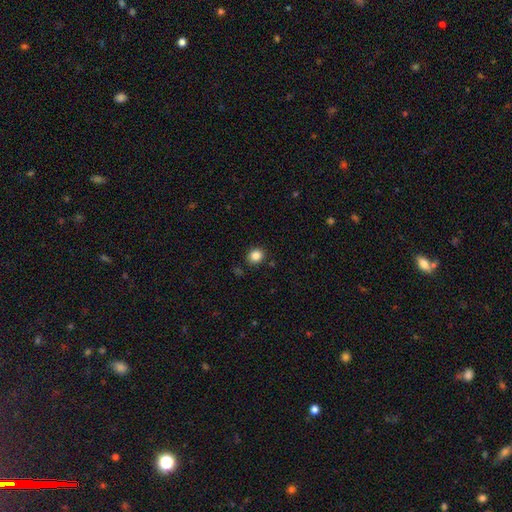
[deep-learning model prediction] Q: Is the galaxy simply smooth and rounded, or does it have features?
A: smooth — 84%.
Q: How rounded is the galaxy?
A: round — 73%.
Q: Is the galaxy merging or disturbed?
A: none — 88%.